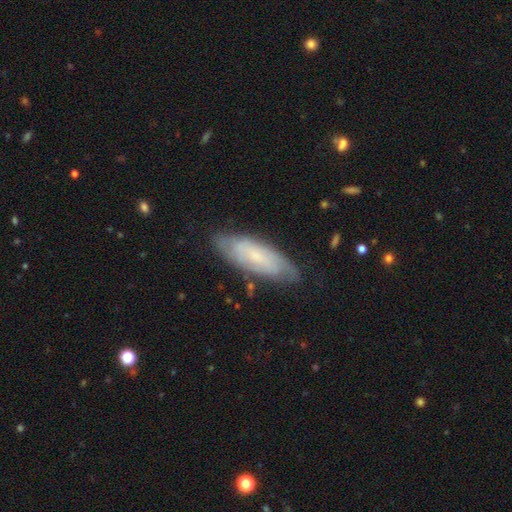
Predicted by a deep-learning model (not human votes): Smooth or featured? Predicted: featured or disk (p=0.50). Merging? Predicted: none (p=0.75).